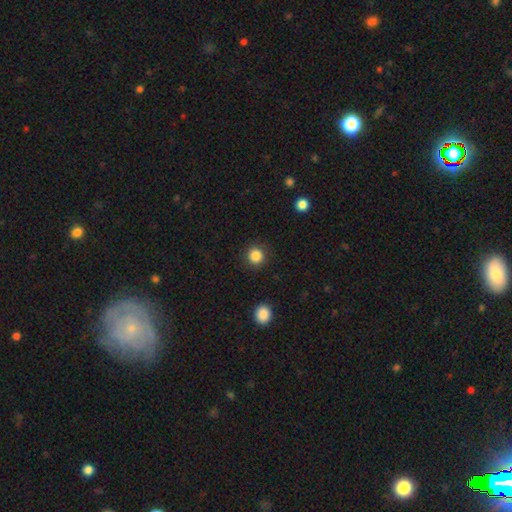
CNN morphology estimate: The model was most divided on "smooth or featured": smooth: 86%, star or artifact: 11%, featured or disk: 3%. More confident: how rounded — round (93%); merging — none (90%).